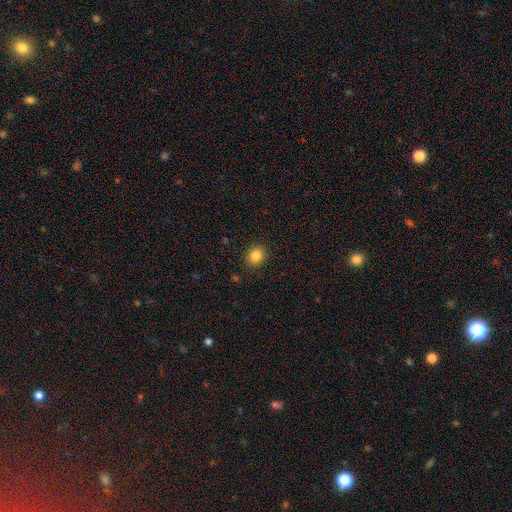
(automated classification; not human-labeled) Overall: smooth (84%). How rounded: round (79%). Merging: none (90%).